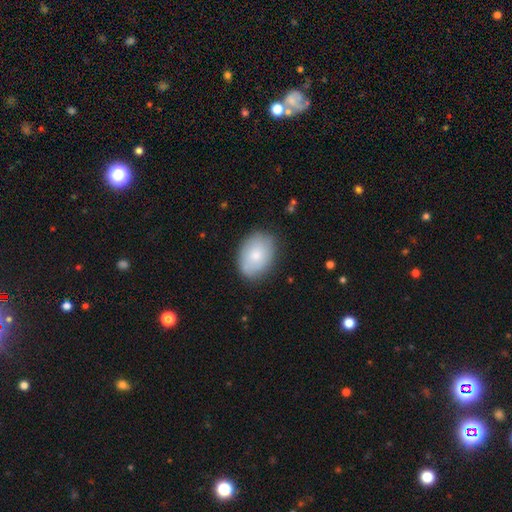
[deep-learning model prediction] Smooth or featured?
  - smooth: 75% *
  - featured or disk: 19%
  - star or artifact: 7%
How rounded?
  - in between: 76% *
  - round: 22%
  - cigar-shaped: 1%
Merging?
  - none: 81% *
  - minor disturbance: 15%
  - major disturbance: 3%
  - merger: 1%